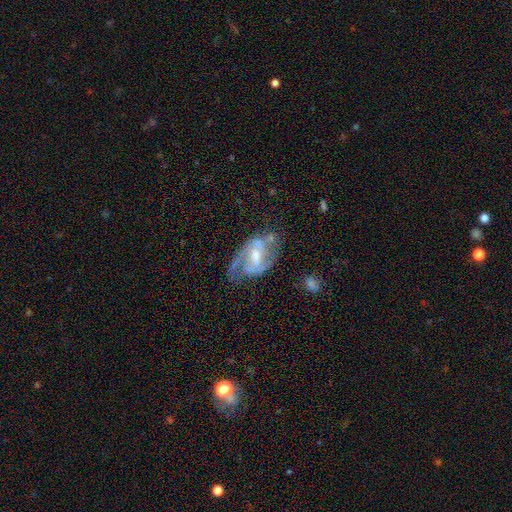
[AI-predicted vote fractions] This is clearly a featured or disk galaxy (85%). It is clearly not viewed edge-on (96%). Bar: possibly weak (52%). Spiral arm pattern: clearly yes (93%). Spiral arm count: likely 2 (75%). Spiral winding: possibly medium (52%). Central bulge: possibly moderate (56%). Merging: possibly none (54%).